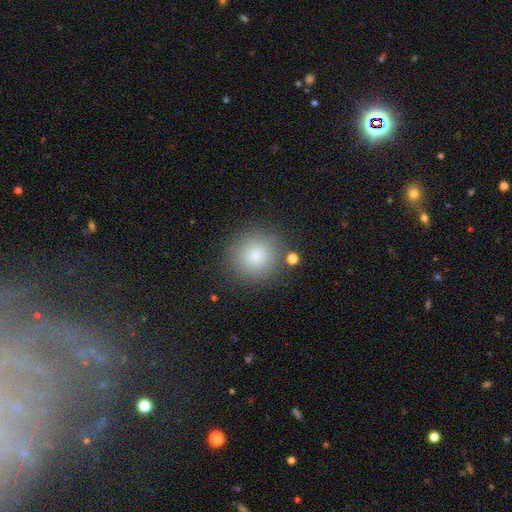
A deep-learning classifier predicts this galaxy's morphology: smooth_or_featured: smooth (p=0.81) [alt: star or artifact p=0.11]
how_rounded: round (p=0.92) [alt: in between p=0.07]
merging: none (p=0.84) [alt: minor disturbance p=0.09]